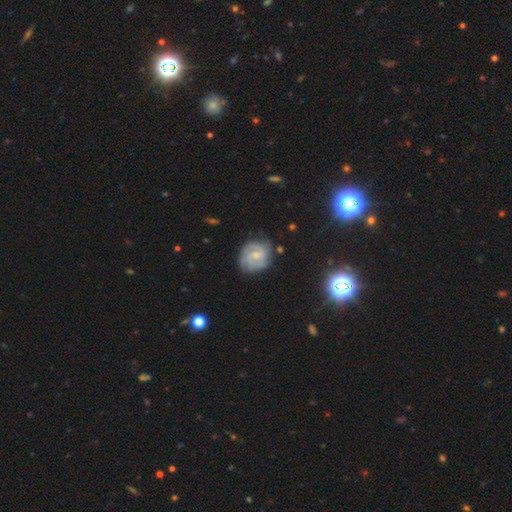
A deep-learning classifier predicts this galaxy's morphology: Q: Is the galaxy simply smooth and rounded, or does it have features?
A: featured or disk — 71%.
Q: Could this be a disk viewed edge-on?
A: no — 98%.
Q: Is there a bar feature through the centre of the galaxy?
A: no — 51%.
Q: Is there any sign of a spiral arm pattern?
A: yes — 93%.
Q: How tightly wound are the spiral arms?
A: tight — 56%.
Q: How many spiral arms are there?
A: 2 — 41%.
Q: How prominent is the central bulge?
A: small — 53%.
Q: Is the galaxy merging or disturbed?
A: none — 73%.